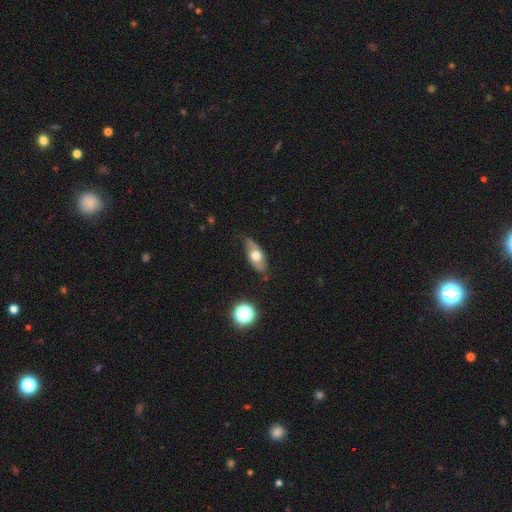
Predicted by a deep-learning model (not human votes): Q: Smooth or featured?
A: smooth (52%); runner-up: featured or disk (41%)
Q: How rounded?
A: in between (79%); runner-up: cigar-shaped (13%)
Q: Merging?
A: none (70%); runner-up: minor disturbance (23%)